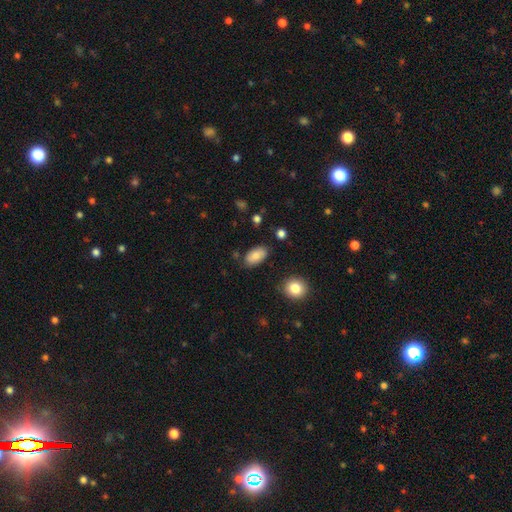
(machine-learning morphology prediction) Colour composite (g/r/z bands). It shows a smooth galaxy with no disk features (83%) that is in between round and cigar-shaped (94%). Merging: none (78%).